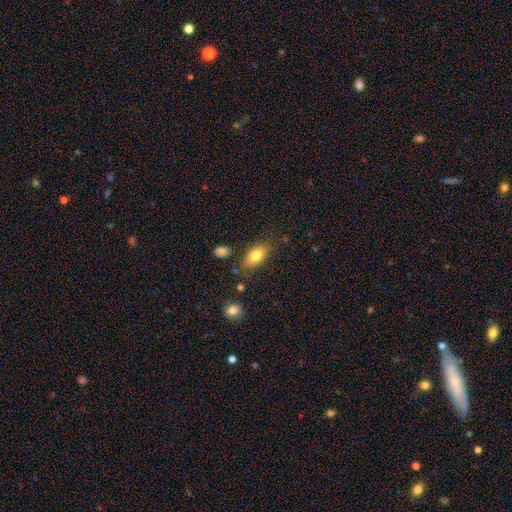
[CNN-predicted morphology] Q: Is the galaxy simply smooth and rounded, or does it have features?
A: smooth — 80%.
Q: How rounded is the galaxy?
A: in between — 89%.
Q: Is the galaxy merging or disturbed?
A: none — 77%.